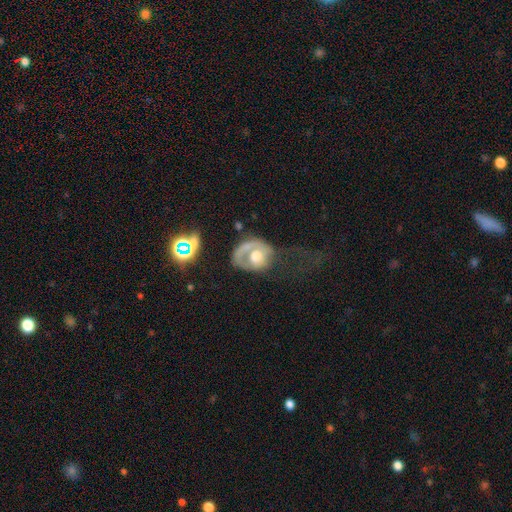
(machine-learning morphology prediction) Q: Smooth or featured?
A: featured or disk (56%); runner-up: smooth (36%)
Q: Edge-on disk?
A: no (96%); runner-up: yes (4%)
Q: Bar?
A: no (82%); runner-up: weak (14%)
Q: Spiral arms?
A: yes (52%); runner-up: no (48%)
Q: Bulge size?
A: moderate (55%); runner-up: large (27%)
Q: Merging?
A: major disturbance (46%); runner-up: none (29%)